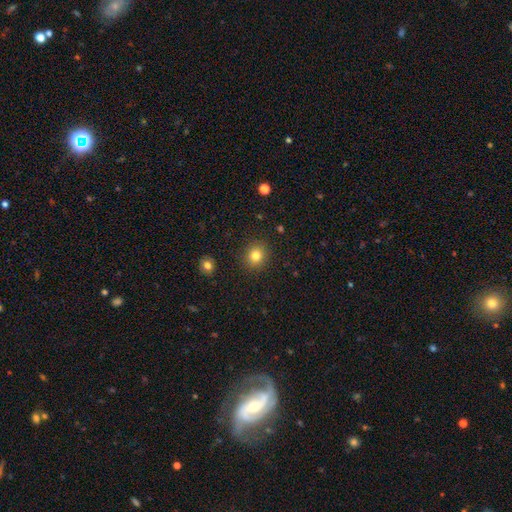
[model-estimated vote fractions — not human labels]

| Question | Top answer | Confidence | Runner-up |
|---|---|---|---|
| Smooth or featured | smooth | 82% | star or artifact (12%) |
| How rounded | round | 83% | in between (16%) |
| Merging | none | 90% | minor disturbance (6%) |